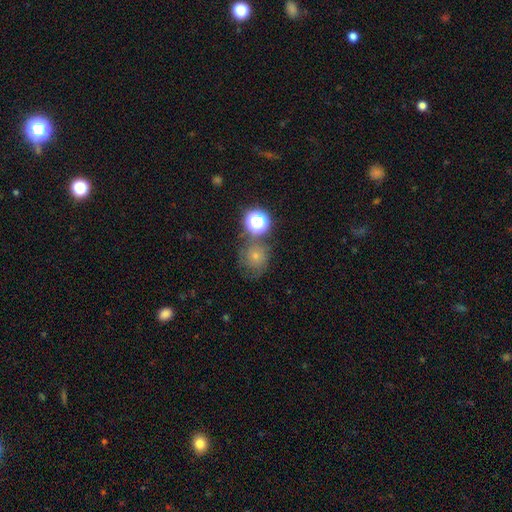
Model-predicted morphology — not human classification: smooth-or-featured: smooth: 63% | star or artifact: 19% | featured or disk: 17%
  how-rounded: round: 87% | in between: 12% | cigar-shaped: 1%
  merging: none: 57% | minor disturbance: 19% | merger: 13% | major disturbance: 11%